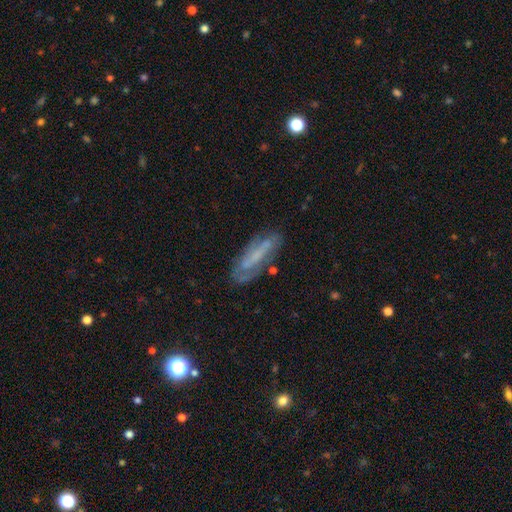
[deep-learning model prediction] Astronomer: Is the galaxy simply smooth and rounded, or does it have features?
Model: featured or disk — 56% (runner-up: smooth, 35%).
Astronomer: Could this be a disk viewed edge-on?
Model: no — 70%.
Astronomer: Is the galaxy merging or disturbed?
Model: none — 66%.